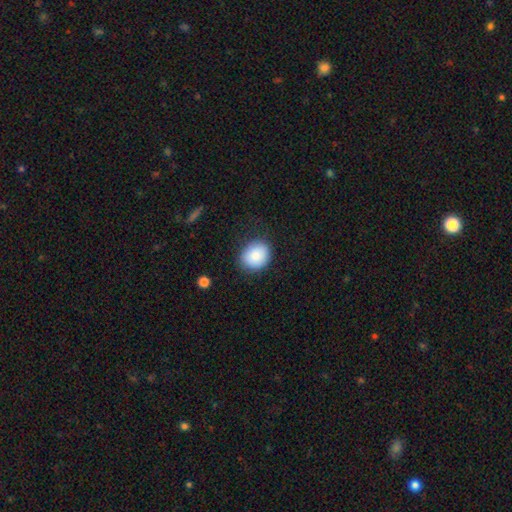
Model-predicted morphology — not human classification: Smooth or featured?
  - smooth: 85% *
  - star or artifact: 8%
  - featured or disk: 7%
How rounded?
  - round: 64% *
  - in between: 36%
  - cigar-shaped: 1%
Merging?
  - none: 81% *
  - minor disturbance: 14%
  - major disturbance: 4%
  - merger: 1%